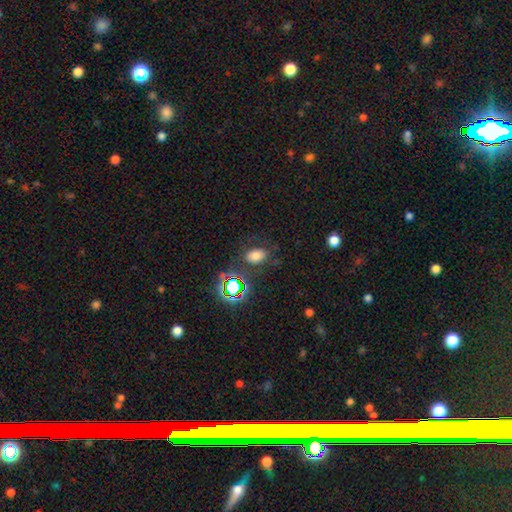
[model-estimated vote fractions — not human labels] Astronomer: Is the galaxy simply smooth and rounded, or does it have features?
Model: smooth — 66%.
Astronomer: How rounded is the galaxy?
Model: in between — 79%.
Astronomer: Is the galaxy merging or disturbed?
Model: none — 72%.